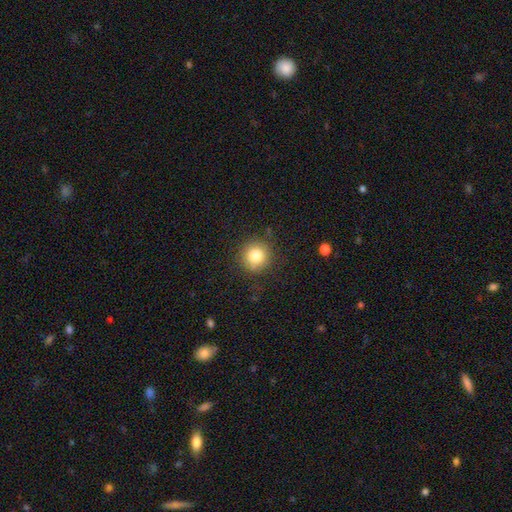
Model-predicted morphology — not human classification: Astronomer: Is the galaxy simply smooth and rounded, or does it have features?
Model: smooth — 81%.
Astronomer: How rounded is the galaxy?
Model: round — 93%.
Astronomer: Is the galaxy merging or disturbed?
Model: none — 85%.